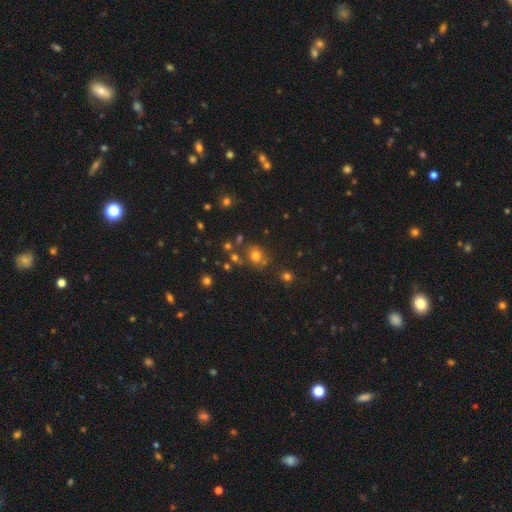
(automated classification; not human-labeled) This appears to be a smooth galaxy with no disk features (69%) that is round (71%). Merging: none (64%).